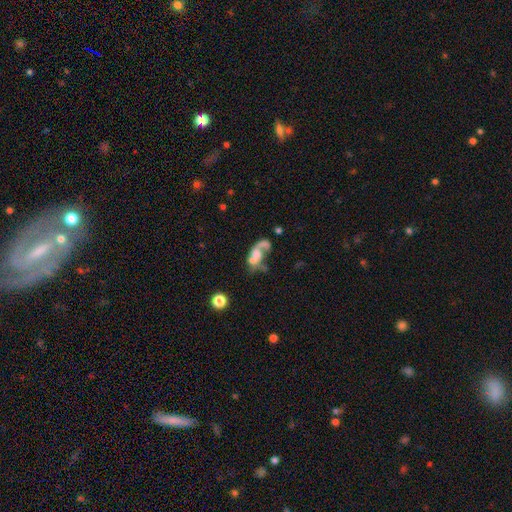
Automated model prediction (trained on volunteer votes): smooth-or-featured: featured or disk: 57% | smooth: 32% | star or artifact: 11%
  disk-edge-on: no: 96% | yes: 4%
    bar: no: 80% | weak: 16% | strong: 5%
    has-spiral-arms: yes: 51% | no: 49%
    bulge-size: none: 33% | moderate: 26% | large: 19% | small: 17% | dominant: 4%
  merging: merger: 37% | major disturbance: 33% | none: 19% | minor disturbance: 10%